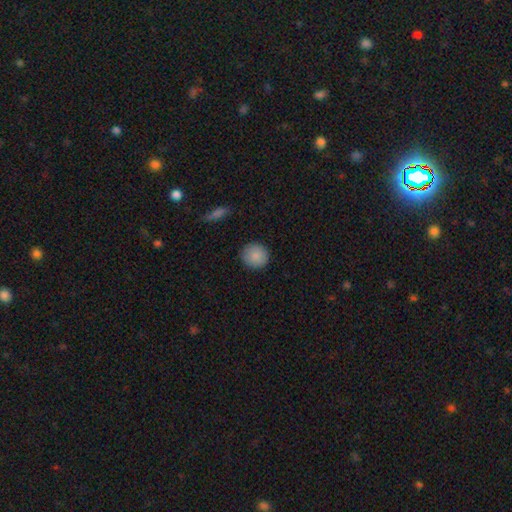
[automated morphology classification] smooth_or_featured: smooth (p=0.88) [alt: star or artifact p=0.07]
how_rounded: round (p=0.92) [alt: in between p=0.07]
merging: none (p=0.90) [alt: minor disturbance p=0.07]